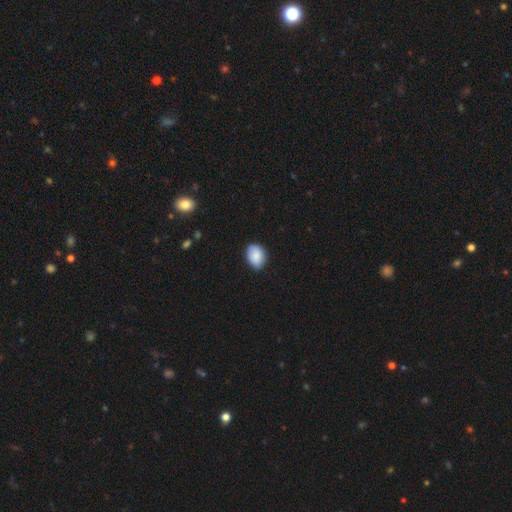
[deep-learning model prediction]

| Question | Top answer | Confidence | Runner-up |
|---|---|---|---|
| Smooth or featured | smooth | 86% | star or artifact (7%) |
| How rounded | in between | 67% | round (31%) |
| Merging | none | 79% | minor disturbance (17%) |